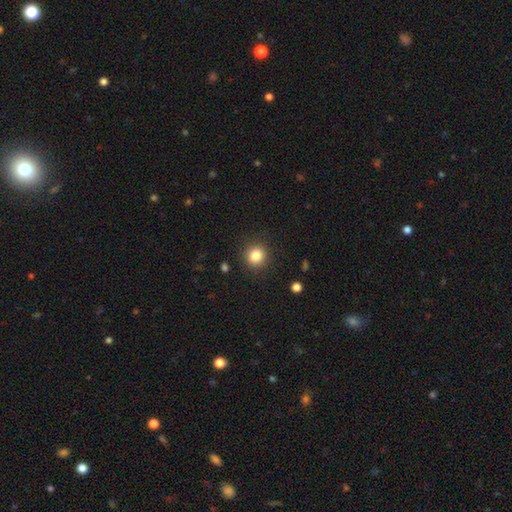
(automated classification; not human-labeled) A smooth galaxy with no disk features (84%) that is round (92%). Merging: none (90%).